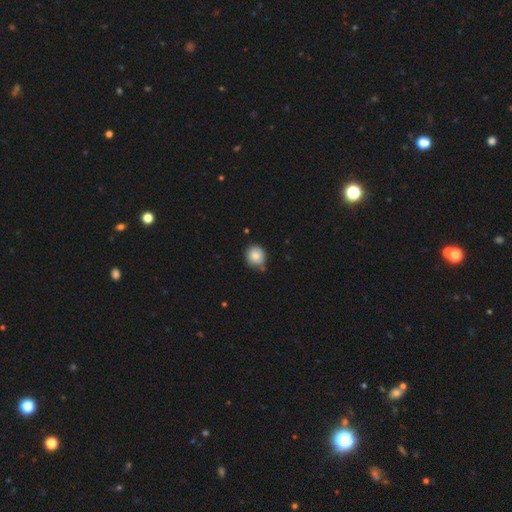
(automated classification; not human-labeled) A smooth galaxy with no disk features (83%) that is round (83%).

Vote fractions:
- Smooth or featured? smooth: 83% / featured or disk: 9% / star or artifact: 9%
- How rounded? round: 83% / in between: 16% / cigar-shaped: 1%
- Merging? none: 66% / minor disturbance: 25% / merger: 6% / major disturbance: 4%